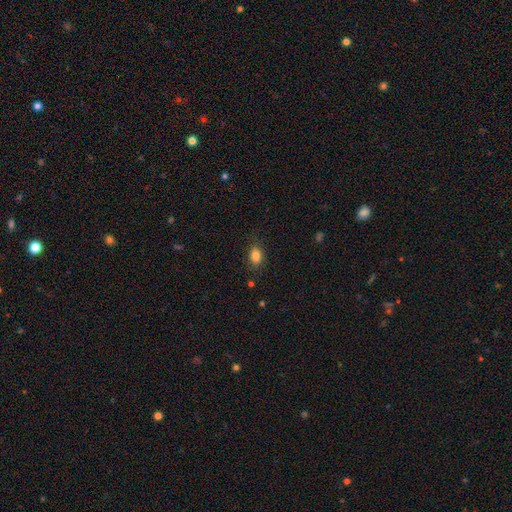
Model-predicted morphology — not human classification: This appears to be a smooth galaxy with no disk features (84%) that is in between round and cigar-shaped (76%). Merging: none (82%).